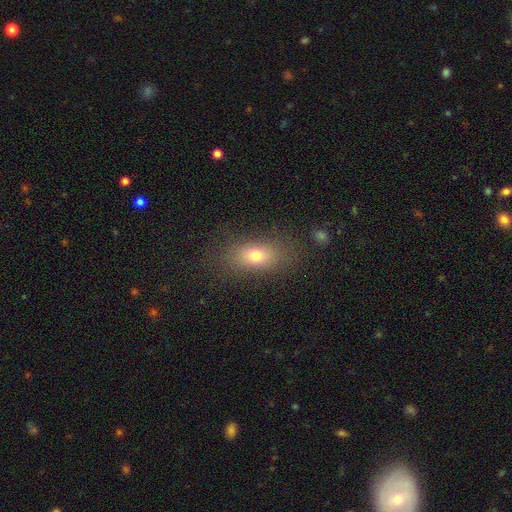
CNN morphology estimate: smooth 74%, featured or disk 14%, star or artifact 12%. Down the decision tree: how rounded — in between (80%); merging — none (78%).